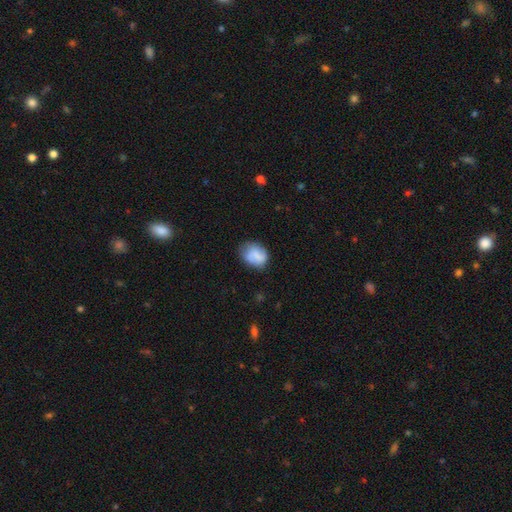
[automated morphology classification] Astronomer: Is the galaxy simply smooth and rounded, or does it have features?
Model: smooth — 68%.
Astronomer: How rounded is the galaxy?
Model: in between — 52% (runner-up: round, 47%).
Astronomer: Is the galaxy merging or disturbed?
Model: none — 66%.